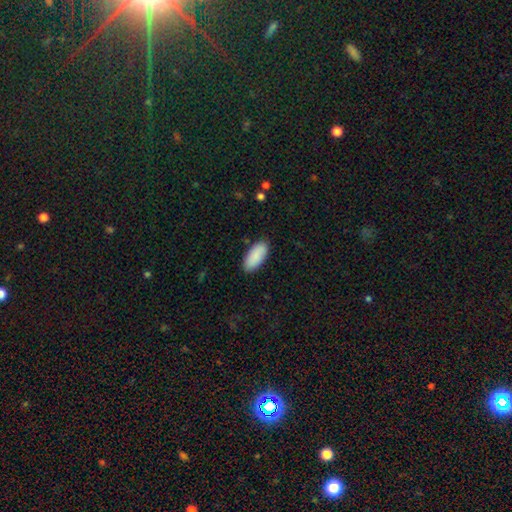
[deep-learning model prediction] smooth-or-featured: smooth: 89% | star or artifact: 6% | featured or disk: 5%
  how-rounded: in between: 91% | cigar-shaped: 8% | round: 2%
  merging: none: 87% | minor disturbance: 9% | major disturbance: 2% | merger: 1%